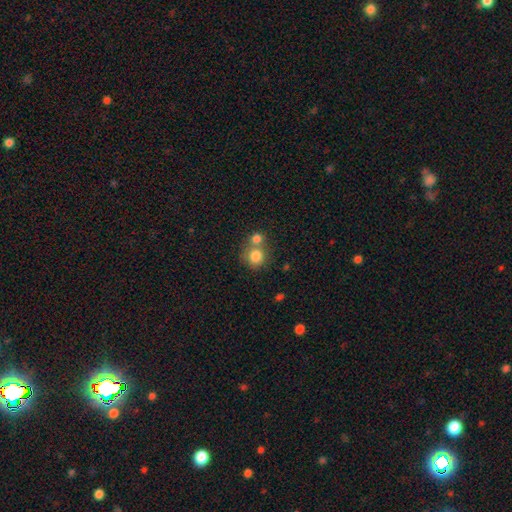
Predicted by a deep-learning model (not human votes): Overall: smooth (81%). How rounded: round (84%). Merging: none (46%; merger 42%).